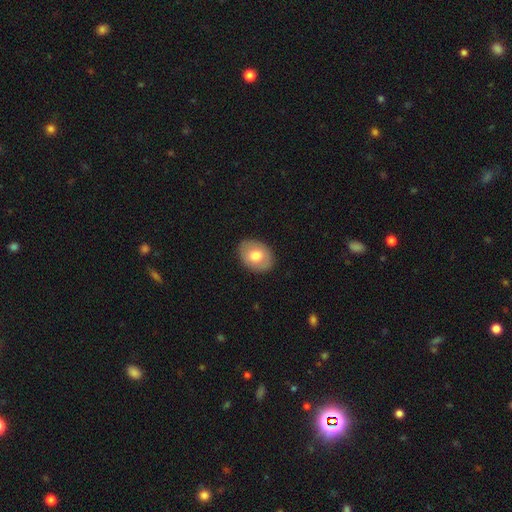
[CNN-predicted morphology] Smooth or featured?
  - smooth: 69% *
  - featured or disk: 25%
  - star or artifact: 6%
How rounded?
  - in between: 68% *
  - round: 31%
  - cigar-shaped: 1%
Merging?
  - none: 87% *
  - minor disturbance: 9%
  - major disturbance: 2%
  - merger: 1%